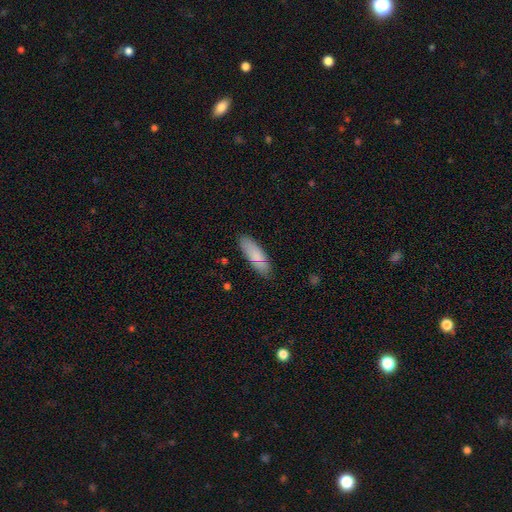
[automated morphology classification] Smooth or featured? smooth (81%)
How rounded? in between (60%)
Merging? none (81%)